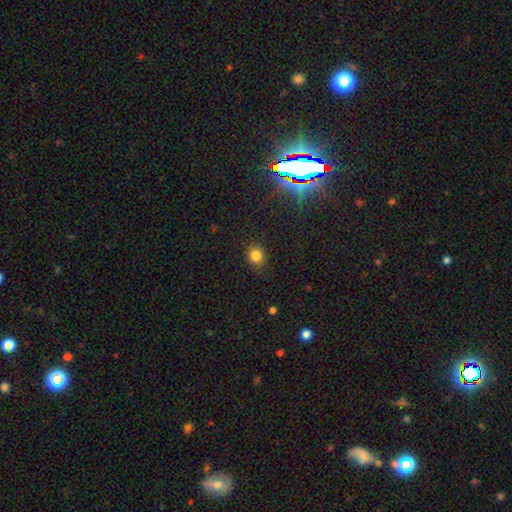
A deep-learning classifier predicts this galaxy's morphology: smooth_or_featured: smooth (p=0.82) [alt: star or artifact p=0.13]
how_rounded: round (p=0.74) [alt: in between p=0.25]
merging: none (p=0.87) [alt: minor disturbance p=0.09]